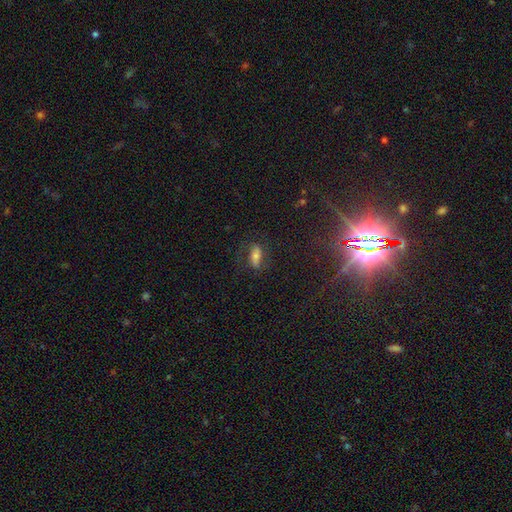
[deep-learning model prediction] smooth-or-featured: smooth: 48% | featured or disk: 36% | star or artifact: 15%
  merging: none: 73% | minor disturbance: 15% | major disturbance: 10% | merger: 2%